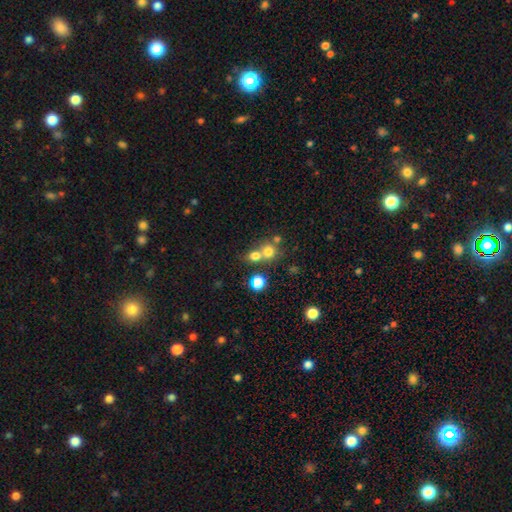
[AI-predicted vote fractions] Q: Smooth or featured?
A: smooth (71%); runner-up: star or artifact (17%)
Q: How rounded?
A: round (78%); runner-up: in between (21%)
Q: Merging?
A: merger (47%); runner-up: none (43%)